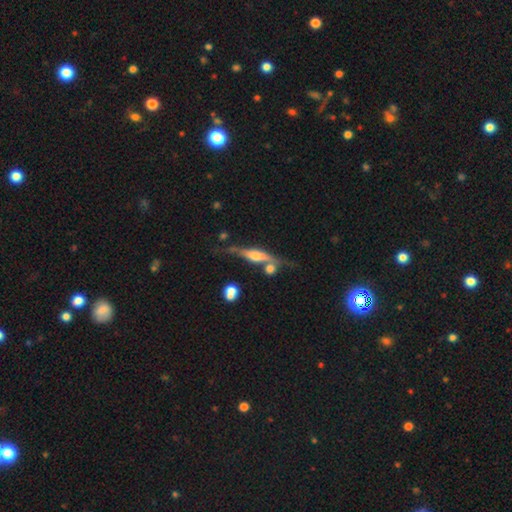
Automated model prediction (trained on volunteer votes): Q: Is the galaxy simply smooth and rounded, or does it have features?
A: featured or disk — 71%.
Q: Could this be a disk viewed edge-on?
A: yes — 91%.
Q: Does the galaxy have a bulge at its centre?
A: rounded — 72%.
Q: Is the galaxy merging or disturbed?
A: none — 57%.